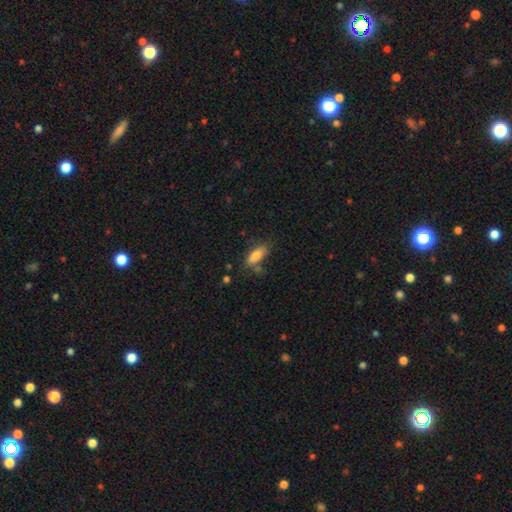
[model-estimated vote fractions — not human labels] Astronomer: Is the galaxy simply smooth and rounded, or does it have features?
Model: smooth — 78%.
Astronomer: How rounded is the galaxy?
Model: in between — 77%.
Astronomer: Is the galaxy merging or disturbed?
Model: none — 68%.